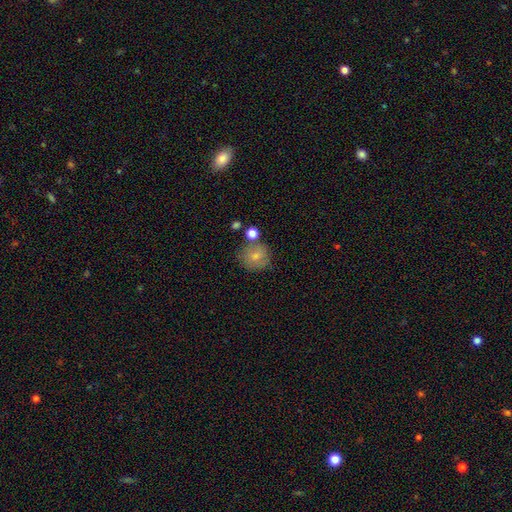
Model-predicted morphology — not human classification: Overall: smooth (77%). How rounded: round (86%). Merging: none (63%).